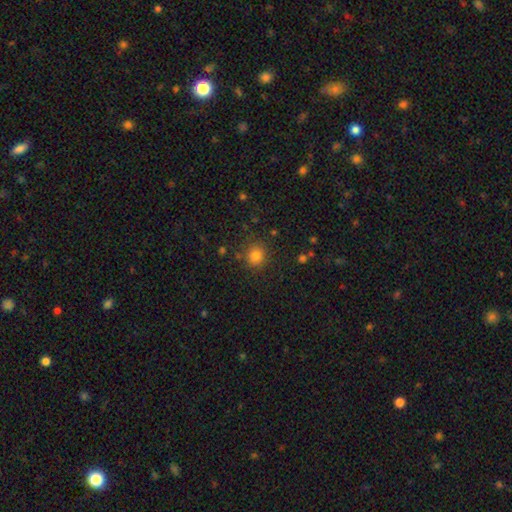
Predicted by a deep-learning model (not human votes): Smooth or featured? smooth (81%)
How rounded? round (88%)
Merging? none (84%)